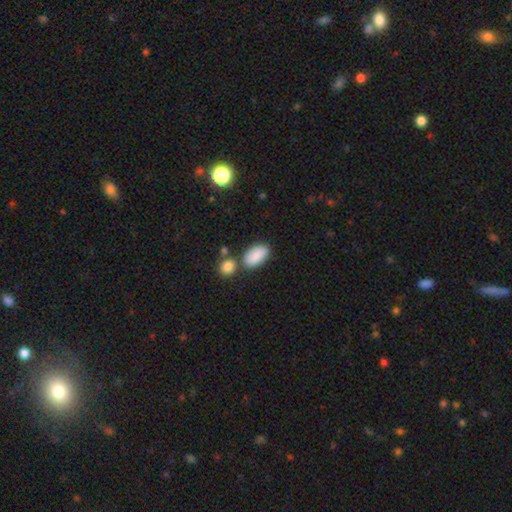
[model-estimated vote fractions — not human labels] smooth-or-featured: smooth: 86% | featured or disk: 7% | star or artifact: 7%
  how-rounded: in between: 93% | round: 5% | cigar-shaped: 2%
  merging: none: 67% | merger: 15% | minor disturbance: 14% | major disturbance: 4%